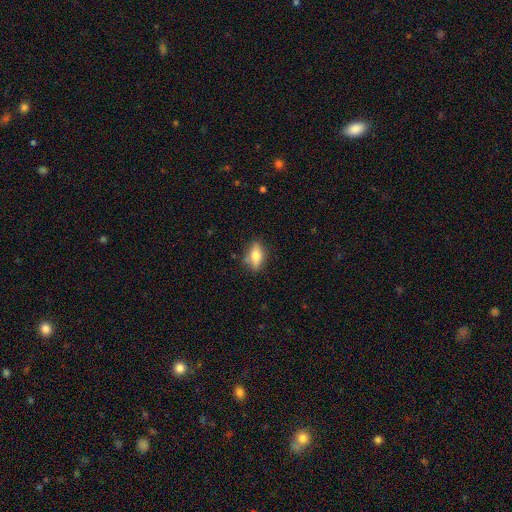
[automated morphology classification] A smooth galaxy with no disk features (62%) that is in between round and cigar-shaped (74%).

Vote fractions:
- Smooth or featured? smooth: 62% / featured or disk: 31% / star or artifact: 8%
- How rounded? in between: 74% / cigar-shaped: 20% / round: 6%
- Merging? none: 78% / minor disturbance: 16% / major disturbance: 4% / merger: 3%